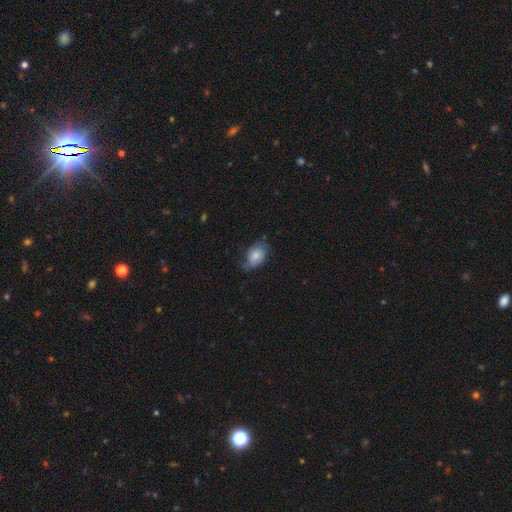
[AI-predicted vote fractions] A smooth galaxy with no disk features (67%) that is in between round and cigar-shaped (79%).

Vote fractions:
- Smooth or featured? smooth: 67% / featured or disk: 26% / star or artifact: 8%
- How rounded? in between: 79% / round: 20% / cigar-shaped: 1%
- Merging? none: 50% / minor disturbance: 35% / major disturbance: 13% / merger: 2%